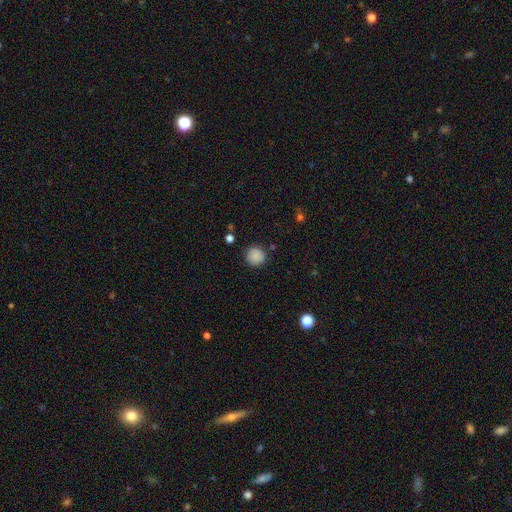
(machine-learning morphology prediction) A smooth galaxy with no disk features (87%) that is round (93%). Merging: none (86%).